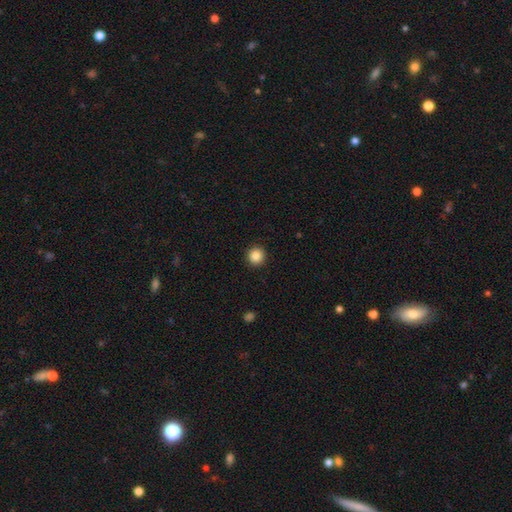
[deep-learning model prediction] Smooth or featured: smooth — 86% (star or artifact — 10%)
How rounded: round — 94% (in between — 5%)
Merging: none — 93% (minor disturbance — 5%)